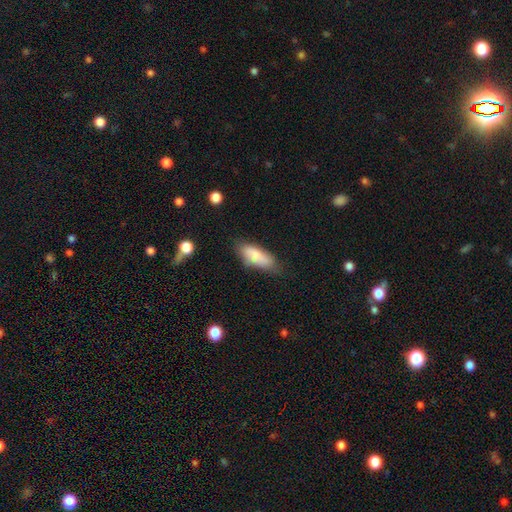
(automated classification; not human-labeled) The model was most divided on "merging": none: 68%, minor disturbance: 24%, major disturbance: 5%, merger: 3%. More confident: smooth or featured — smooth (82%); how rounded — in between (76%).